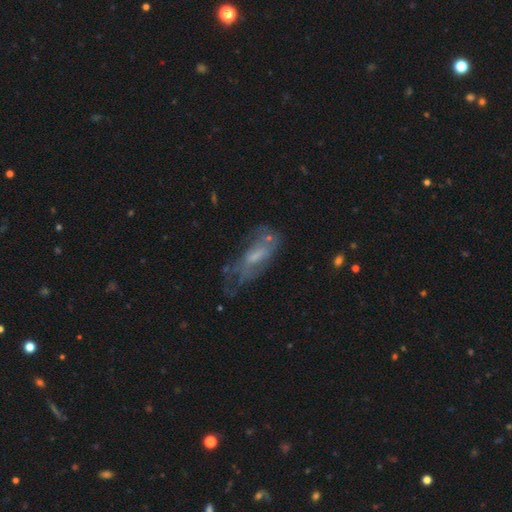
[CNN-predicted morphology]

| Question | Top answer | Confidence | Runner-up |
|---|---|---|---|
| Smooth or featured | featured or disk | 56% | smooth (33%) |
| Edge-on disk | no | 85% | yes (15%) |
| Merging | none | 41% | major disturbance (27%) |